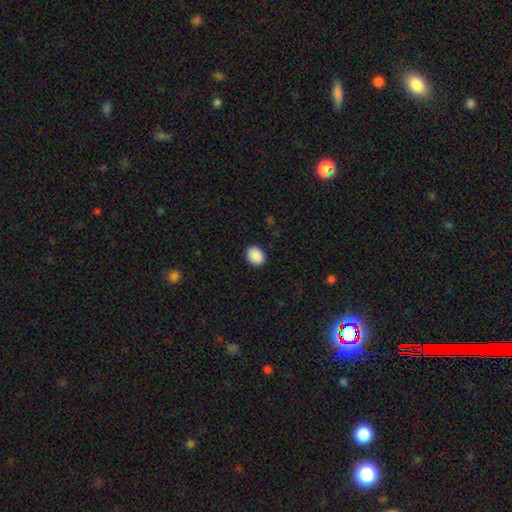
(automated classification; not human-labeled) The model was most divided on "how rounded": round: 50%, in between: 49%, cigar-shaped: 1%. More confident: smooth or featured — smooth (90%); merging — none (90%).